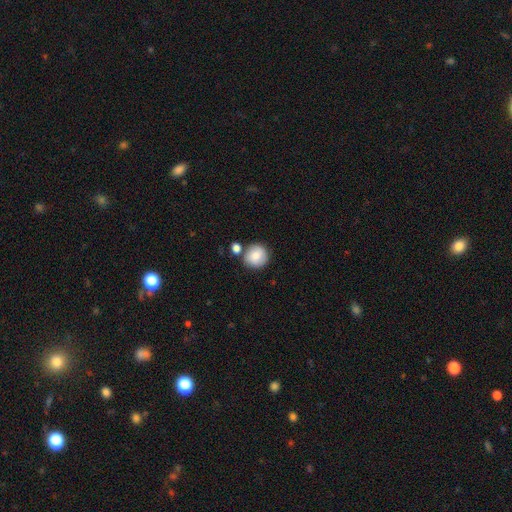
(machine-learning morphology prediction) type=smooth (83%); roundness=round (92%); merging=none (69%).